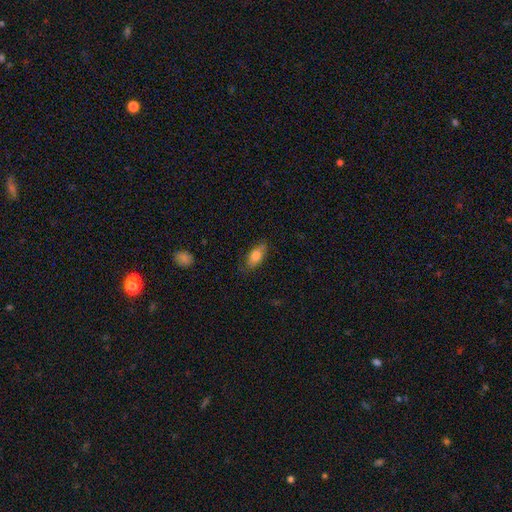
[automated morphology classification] The model was most divided on "merging": none: 74%, minor disturbance: 20%, major disturbance: 5%, merger: 1%. More confident: how rounded — in between (85%); smooth or featured — smooth (78%).